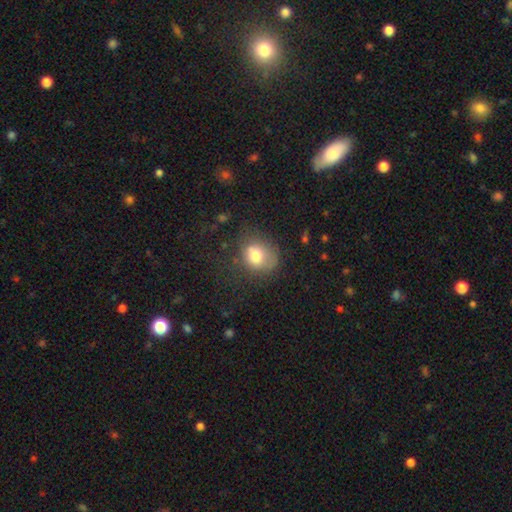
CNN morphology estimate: smooth-or-featured: smooth: 74% | featured or disk: 15% | star or artifact: 11%
  how-rounded: round: 65% | in between: 34% | cigar-shaped: 1%
  merging: none: 56% | minor disturbance: 25% | major disturbance: 16% | merger: 3%